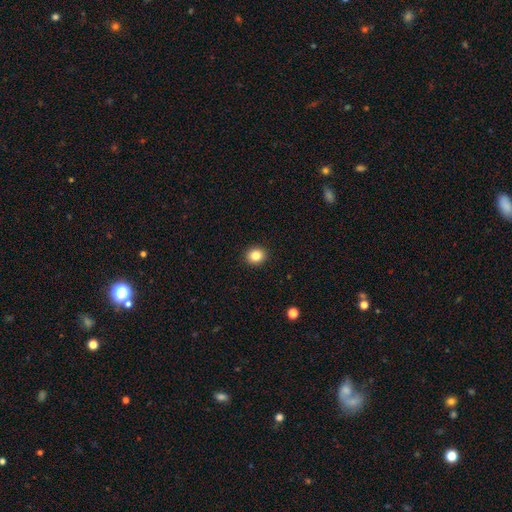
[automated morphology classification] This is clearly a smooth galaxy (84%). How rounded: likely round (77%). Merging: clearly none (92%).